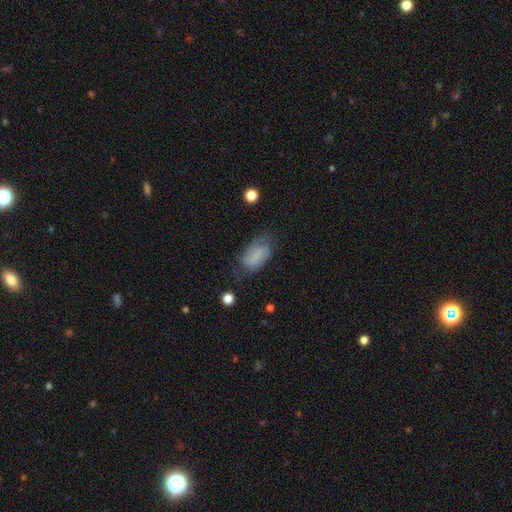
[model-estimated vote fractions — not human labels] smooth 61%, featured or disk 29%, star or artifact 9%. Down the decision tree: how rounded — in between (91%); merging — none (58%).